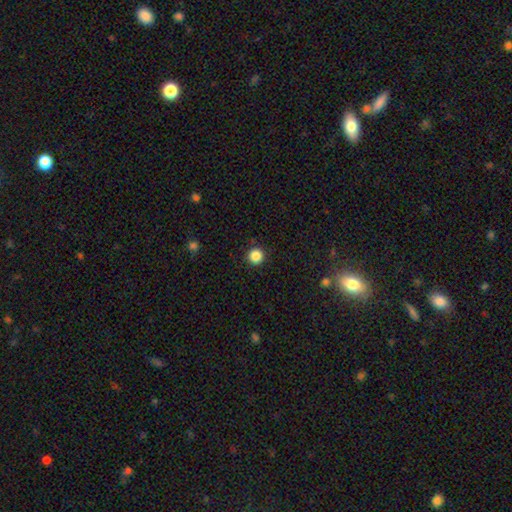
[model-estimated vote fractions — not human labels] Smooth or featured? smooth (87%)
How rounded? round (96%)
Merging? none (92%)